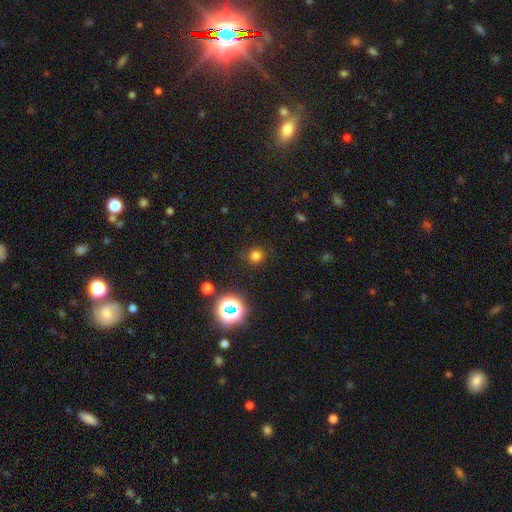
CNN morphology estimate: This is likely a smooth galaxy (74%). How rounded: clearly round (91%). Merging: clearly none (87%).